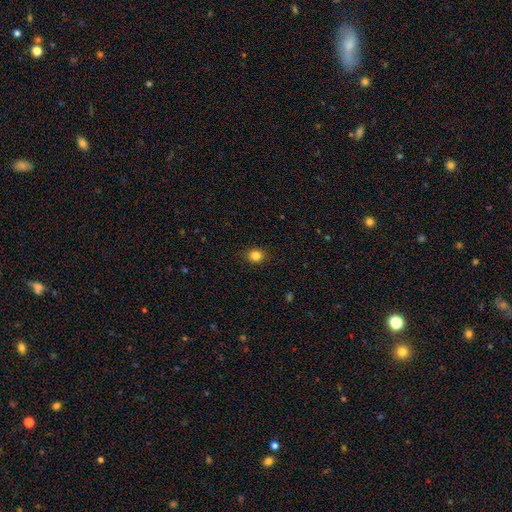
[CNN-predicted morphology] A smooth galaxy with no disk features (84%) that is round (76%). Merging: none (90%).